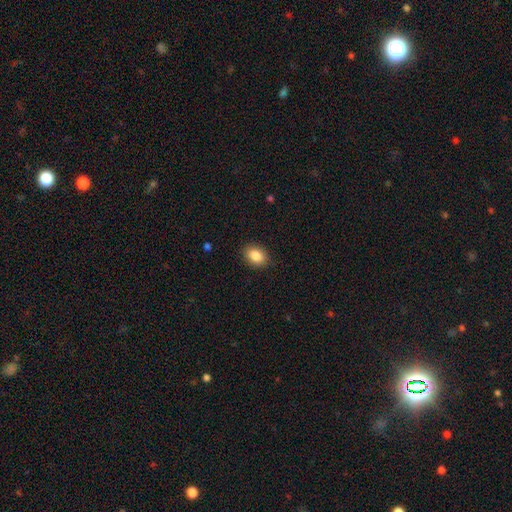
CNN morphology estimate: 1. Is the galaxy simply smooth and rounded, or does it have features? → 86% smooth, 8% star or artifact, 5% featured or disk.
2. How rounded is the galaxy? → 71% in between, 28% round, 1% cigar-shaped.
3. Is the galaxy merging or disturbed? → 88% none, 9% minor disturbance, 2% major disturbance, 1% merger.